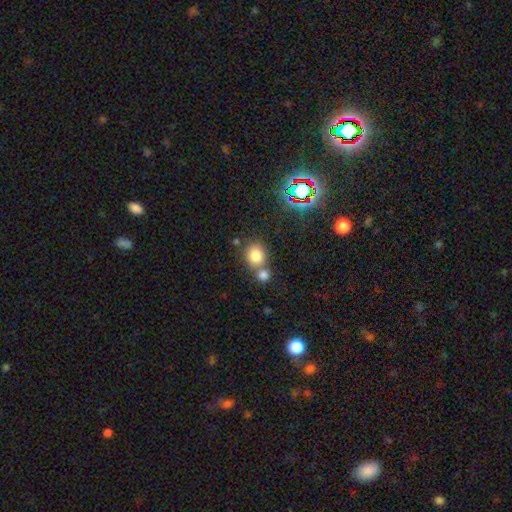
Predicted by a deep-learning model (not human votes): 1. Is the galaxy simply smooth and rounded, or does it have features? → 79% smooth, 14% star or artifact, 8% featured or disk.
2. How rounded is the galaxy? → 80% round, 19% in between, 1% cigar-shaped.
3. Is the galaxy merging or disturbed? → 52% none, 37% merger, 8% minor disturbance, 3% major disturbance.